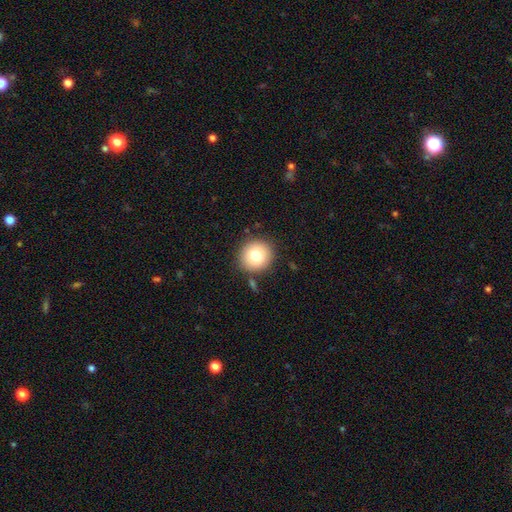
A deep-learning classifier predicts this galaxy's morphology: Overall: smooth (79%). How rounded: round (91%). Merging: none (86%).